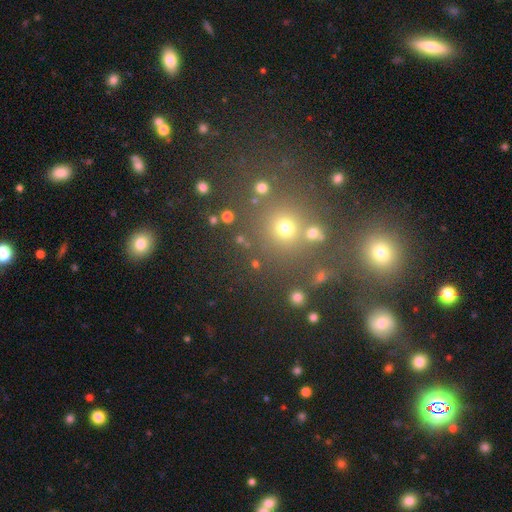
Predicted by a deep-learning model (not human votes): Q: Smooth or featured?
A: smooth (53%); runner-up: star or artifact (38%)
Q: How rounded?
A: round (86%); runner-up: in between (13%)
Q: Merging?
A: none (75%); runner-up: merger (12%)